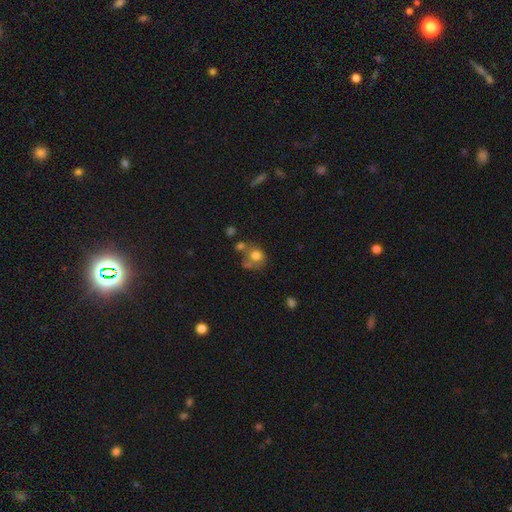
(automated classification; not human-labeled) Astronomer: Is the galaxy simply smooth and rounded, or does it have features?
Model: smooth — 71%.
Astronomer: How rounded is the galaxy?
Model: round — 68%.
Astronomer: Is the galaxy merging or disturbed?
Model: none — 40% (runner-up: merger, 30%).